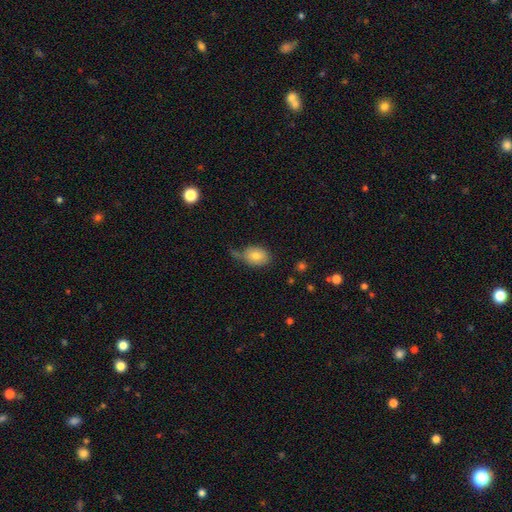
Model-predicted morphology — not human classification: Q: Smooth or featured?
A: smooth (77%); runner-up: featured or disk (15%)
Q: How rounded?
A: in between (79%); runner-up: round (20%)
Q: Merging?
A: none (47%); runner-up: minor disturbance (30%)